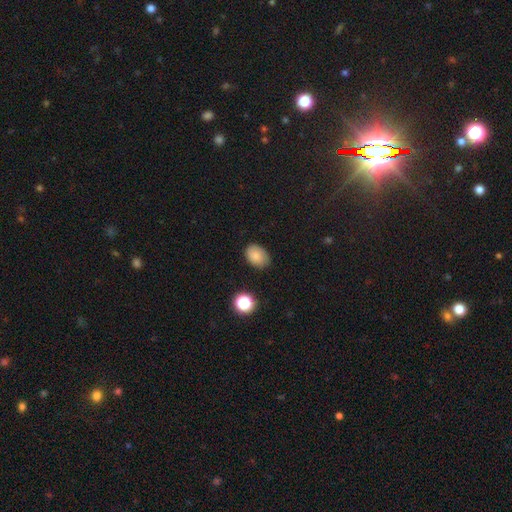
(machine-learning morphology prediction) Overall: smooth (84%). How rounded: in between (79%). Merging: none (79%).